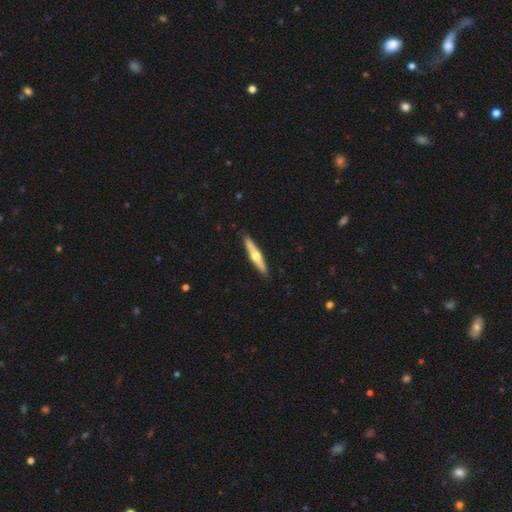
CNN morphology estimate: The model was most divided on "smooth or featured": featured or disk: 58%, smooth: 37%, star or artifact: 5%. More confident: edge-on disk — yes (95%); edge-on bulge — rounded (92%); merging — none (90%).